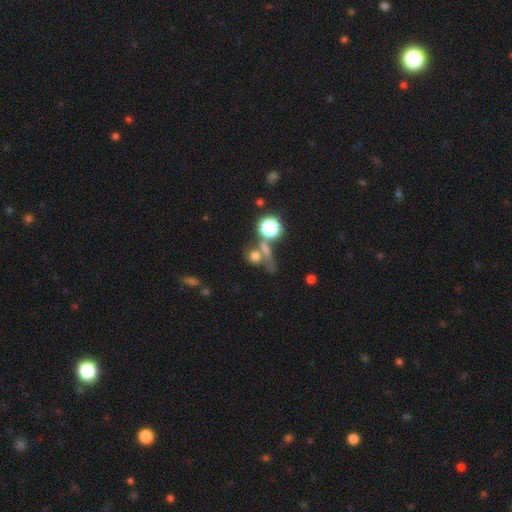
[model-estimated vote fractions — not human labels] This appears to be a smooth galaxy with no disk features (63%) that is round (69%). Merging: none (43%).